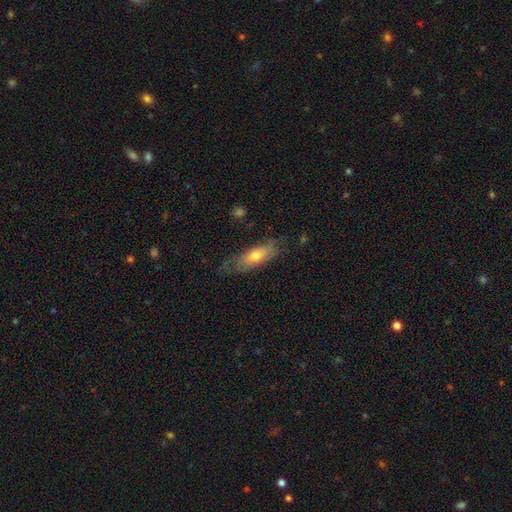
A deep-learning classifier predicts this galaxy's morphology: Smooth or featured: smooth — 57% (featured or disk — 37%)
How rounded: in between — 61% (cigar-shaped — 36%)
Merging: none — 57% (minor disturbance — 28%)